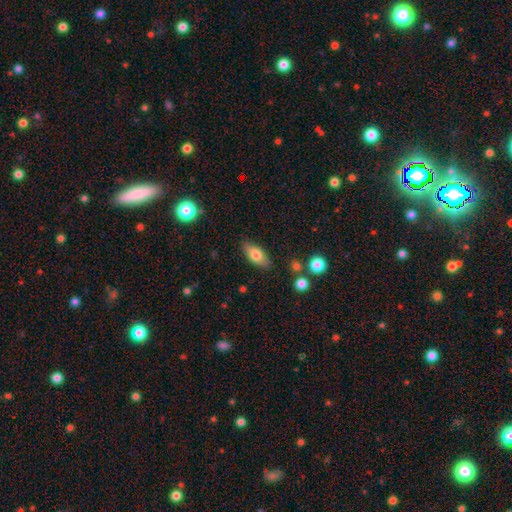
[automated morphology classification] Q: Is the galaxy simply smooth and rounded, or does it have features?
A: smooth — 75%.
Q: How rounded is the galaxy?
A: in between — 85%.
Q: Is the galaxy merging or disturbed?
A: none — 84%.